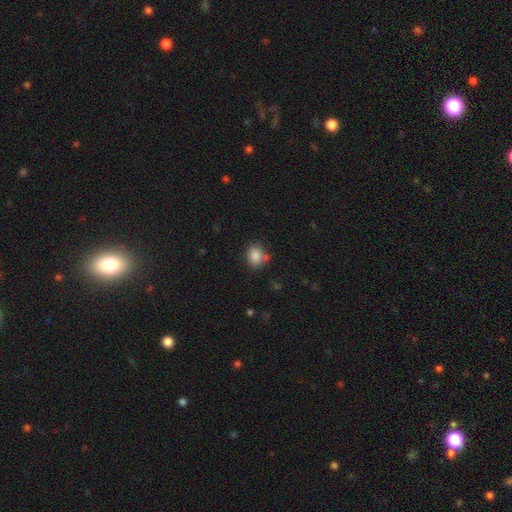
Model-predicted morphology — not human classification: This appears to be a smooth galaxy with no disk features (86%) that is in between round and cigar-shaped (56%). Merging: none (70%).